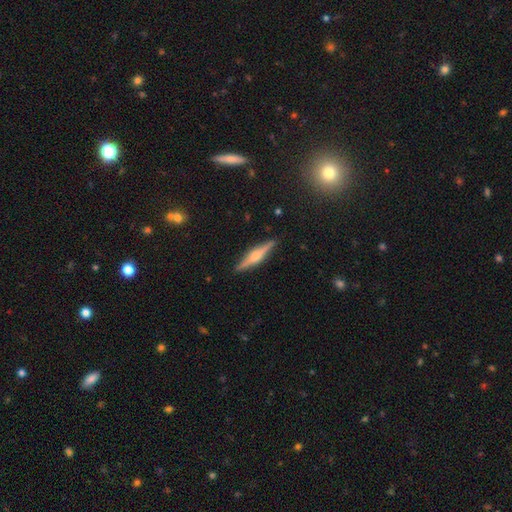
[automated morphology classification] featured or disk 67%, smooth 27%, star or artifact 6%. Down the decision tree: edge-on disk — yes (97%); edge-on bulge — rounded (83%); merging — none (89%).